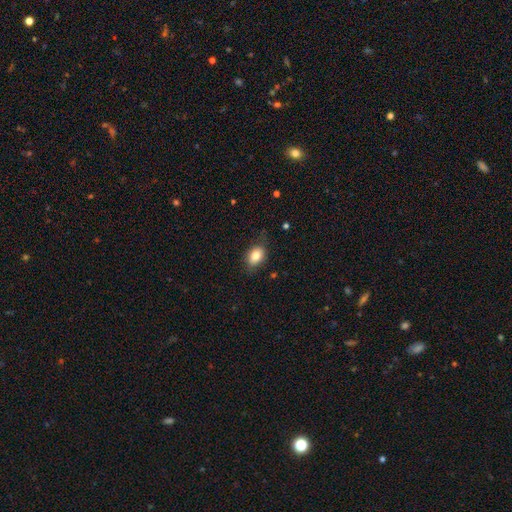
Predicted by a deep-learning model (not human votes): Smooth or featured? Predicted: smooth (p=0.83). How rounded? Predicted: in between (p=0.79). Merging? Predicted: none (p=0.77).